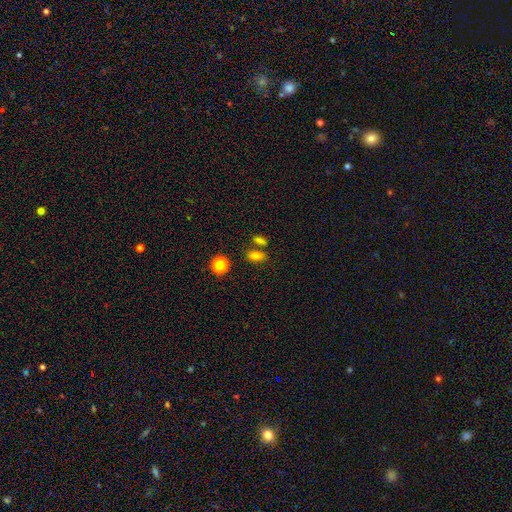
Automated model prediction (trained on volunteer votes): This appears to be a smooth galaxy with no disk features (78%) that is in between round and cigar-shaped (78%). Merging: none (68%).